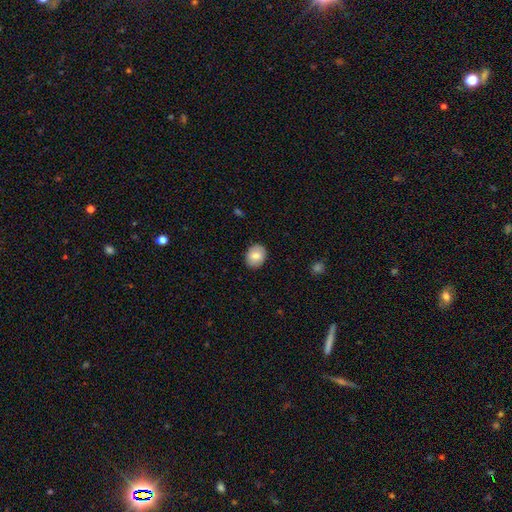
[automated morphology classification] Smooth or featured: smooth — 78% (featured or disk — 15%)
How rounded: in between — 50% (round — 49%)
Merging: none — 88% (minor disturbance — 9%)